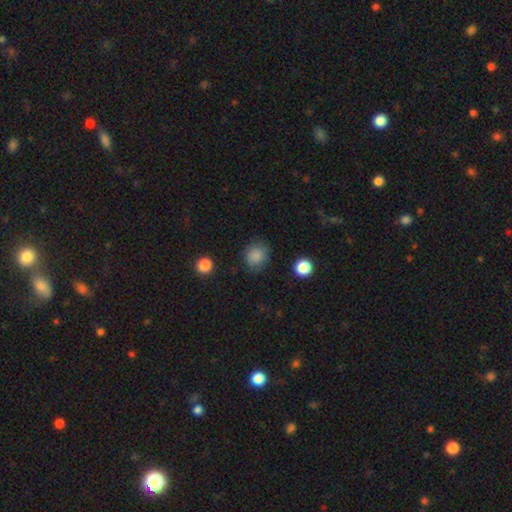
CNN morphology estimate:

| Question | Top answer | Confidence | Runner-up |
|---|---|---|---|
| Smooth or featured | smooth | 86% | star or artifact (10%) |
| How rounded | round | 79% | in between (20%) |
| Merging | none | 81% | minor disturbance (13%) |